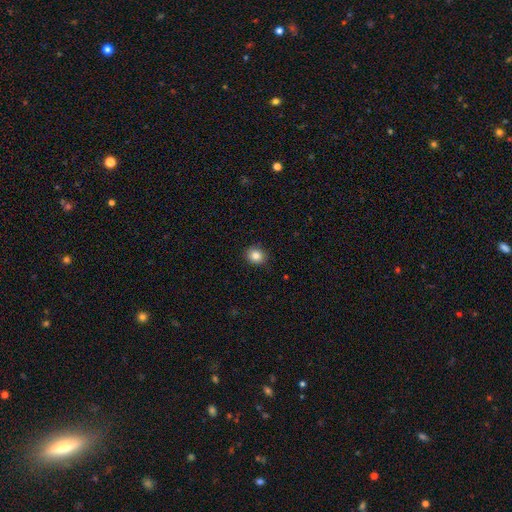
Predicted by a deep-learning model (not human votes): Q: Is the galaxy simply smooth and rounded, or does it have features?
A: smooth — 84%.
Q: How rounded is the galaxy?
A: round — 75%.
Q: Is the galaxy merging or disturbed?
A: none — 91%.